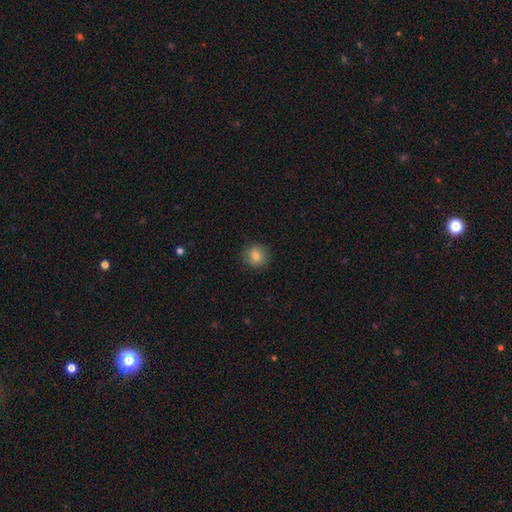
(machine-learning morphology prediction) type=smooth (79%); roundness=round (90%); merging=none (89%).